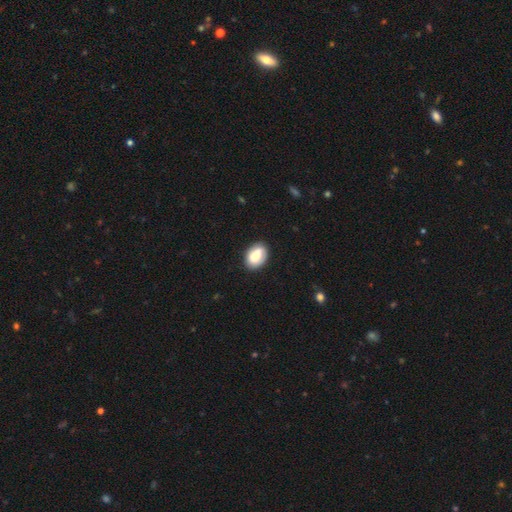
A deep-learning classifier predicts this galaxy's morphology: The model was most divided on "merging": none: 80%, minor disturbance: 15%, major disturbance: 3%, merger: 2%. More confident: how rounded — in between (86%); smooth or featured — smooth (81%).